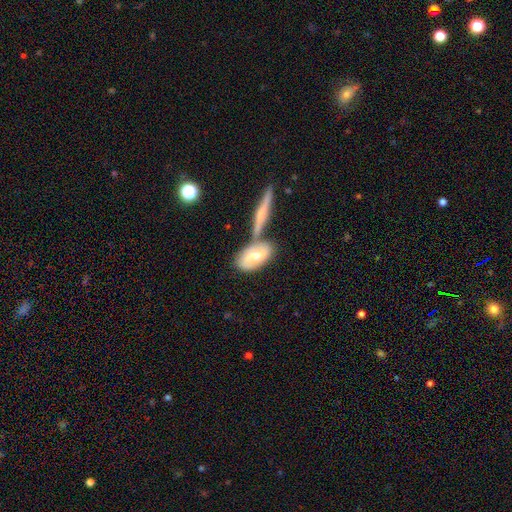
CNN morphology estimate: smooth-or-featured: featured or disk: 52% | smooth: 42% | star or artifact: 6%
  disk-edge-on: no: 83% | yes: 17%
  merging: none: 47% | merger: 33% | minor disturbance: 15% | major disturbance: 5%